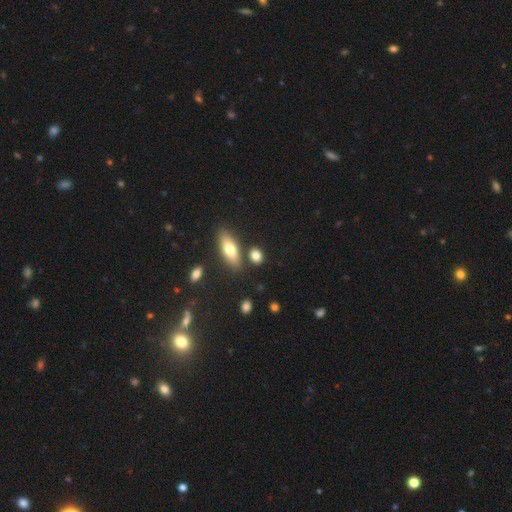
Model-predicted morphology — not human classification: A smooth galaxy with no disk features (80%) that is in between round and cigar-shaped (47%). Merging: none (77%).